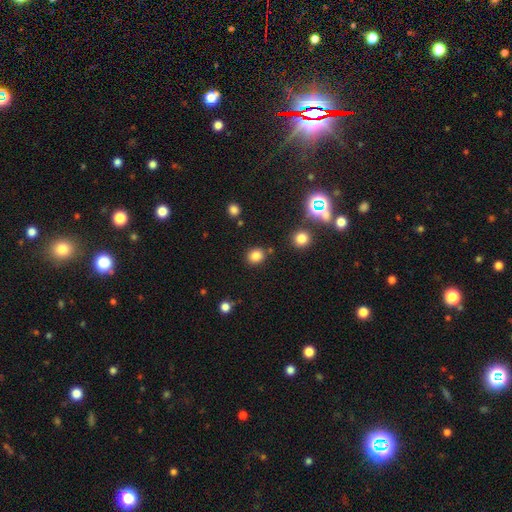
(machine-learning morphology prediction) smooth-or-featured: smooth: 82% | star or artifact: 13% | featured or disk: 5%
  how-rounded: round: 69% | in between: 30% | cigar-shaped: 1%
  merging: none: 84% | minor disturbance: 8% | merger: 5% | major disturbance: 3%